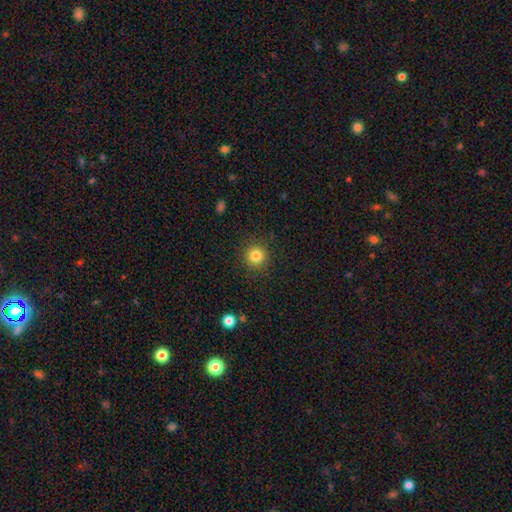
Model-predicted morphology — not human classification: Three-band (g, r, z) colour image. It shows a smooth galaxy with no disk features (83%) that is round (94%). Merging: none (90%).